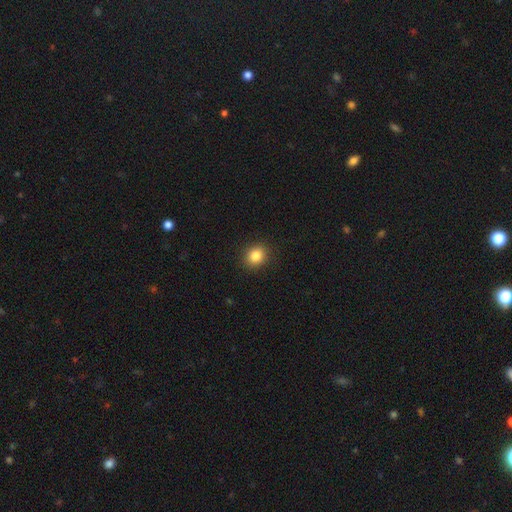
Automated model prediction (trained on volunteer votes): Smooth or featured? smooth (85%)
How rounded? round (70%)
Merging? none (90%)